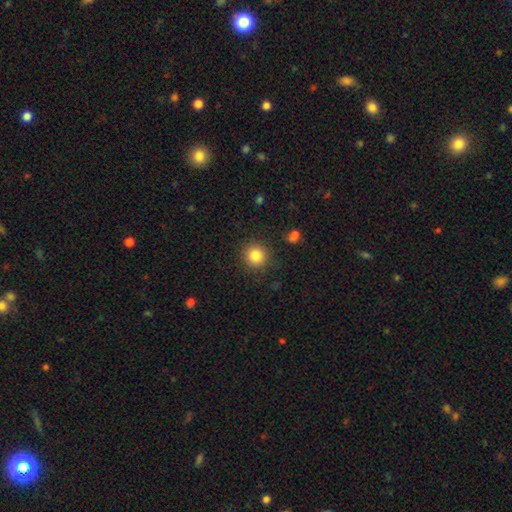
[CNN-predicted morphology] This is clearly a smooth galaxy (83%). How rounded: clearly round (92%). Merging: clearly none (88%).